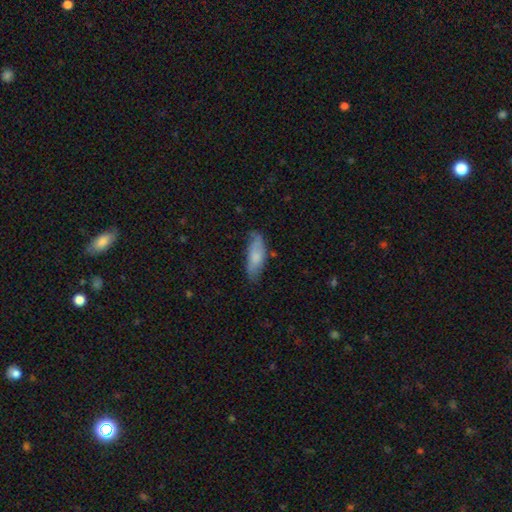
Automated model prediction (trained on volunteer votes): Overall: smooth (73%). How rounded: in between (69%; cigar-shaped 29%). Merging: none (63%; minor disturbance 28%).